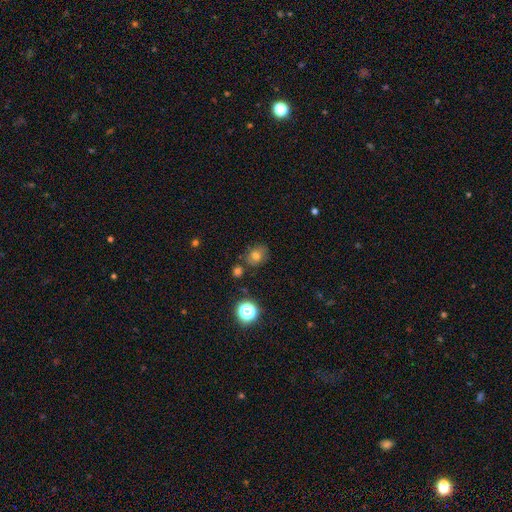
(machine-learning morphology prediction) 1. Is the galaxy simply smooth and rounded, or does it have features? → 71% smooth, 17% star or artifact, 12% featured or disk.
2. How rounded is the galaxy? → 51% round, 48% in between, 1% cigar-shaped.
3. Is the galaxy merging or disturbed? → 69% none, 18% minor disturbance, 8% merger, 5% major disturbance.